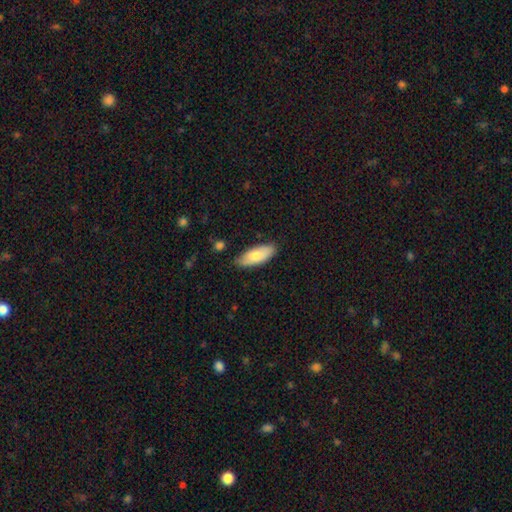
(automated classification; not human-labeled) This is likely a smooth galaxy (75%). How rounded: likely in between (78%). Merging: likely none (80%).